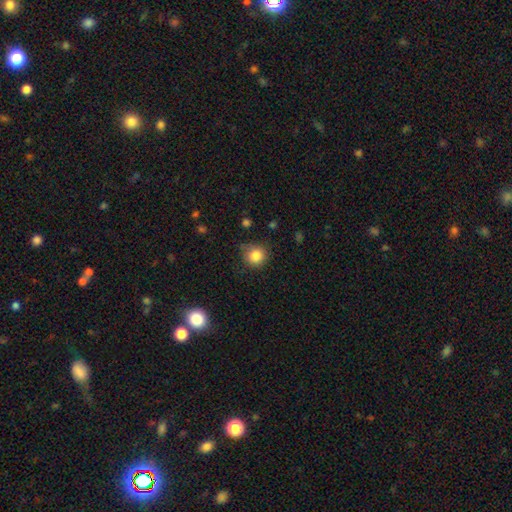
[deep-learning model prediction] Smooth or featured? Predicted: smooth (p=0.84). How rounded? Predicted: round (p=0.91). Merging? Predicted: none (p=0.76).